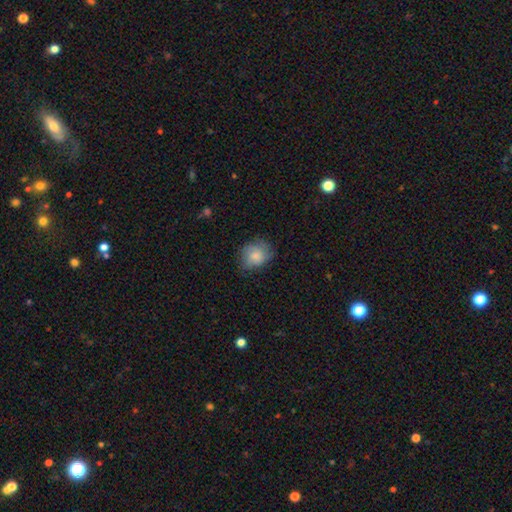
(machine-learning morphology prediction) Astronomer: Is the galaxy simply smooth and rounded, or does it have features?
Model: smooth — 81%.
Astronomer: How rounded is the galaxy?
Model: round — 55% (runner-up: in between, 44%).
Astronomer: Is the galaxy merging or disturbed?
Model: none — 67%.